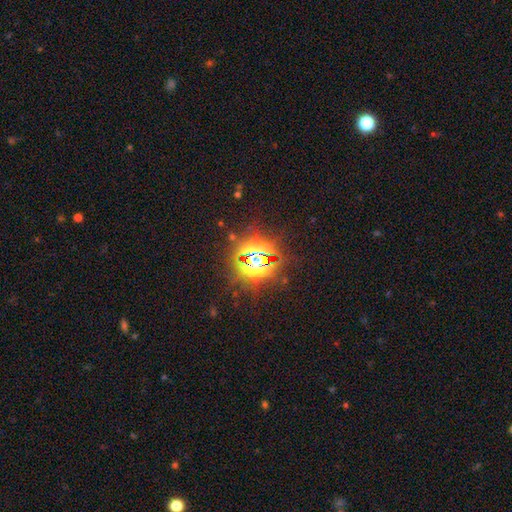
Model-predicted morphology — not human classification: Smooth or featured? star or artifact (78%)